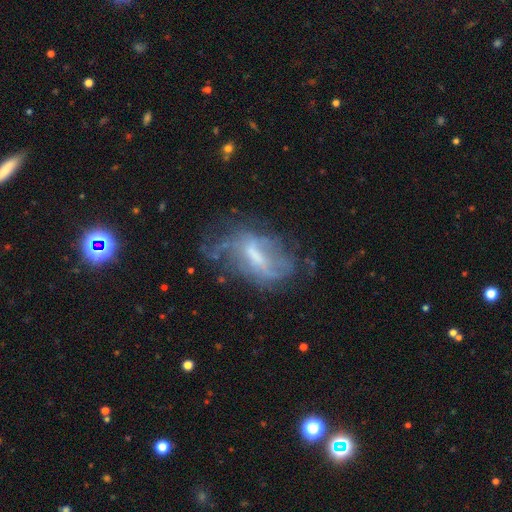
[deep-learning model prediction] featured or disk 66%, smooth 23%, star or artifact 11%. Down the decision tree: edge-on disk — no (90%); bar — weak (42%); spiral arms — yes (53%); bulge size — moderate (36%); merging — none (41%).